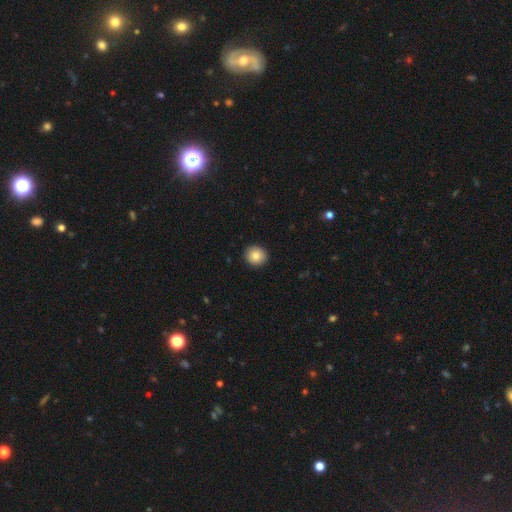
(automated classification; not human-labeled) Smooth or featured?
  - smooth: 84% *
  - star or artifact: 9%
  - featured or disk: 7%
How rounded?
  - round: 90% *
  - in between: 9%
  - cigar-shaped: 1%
Merging?
  - none: 92% *
  - minor disturbance: 5%
  - major disturbance: 2%
  - merger: 1%